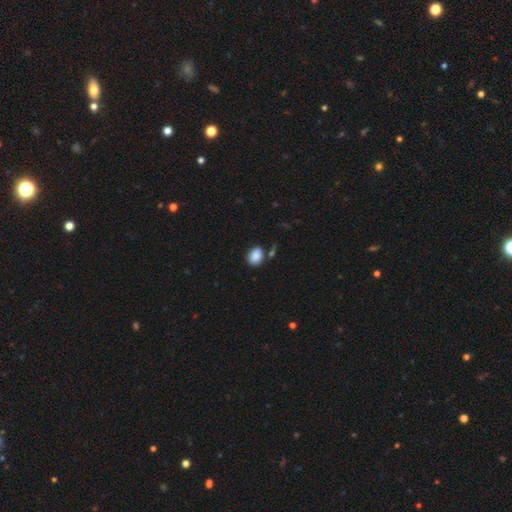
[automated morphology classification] Smooth or featured?
  - smooth: 88% *
  - star or artifact: 8%
  - featured or disk: 4%
How rounded?
  - in between: 69% *
  - round: 30%
  - cigar-shaped: 1%
Merging?
  - none: 72% *
  - minor disturbance: 16%
  - merger: 8%
  - major disturbance: 4%